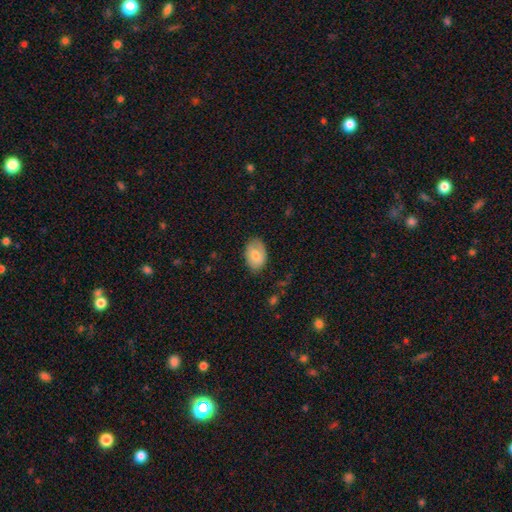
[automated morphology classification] Overall: smooth (70%). How rounded: in between (85%). Merging: none (73%).